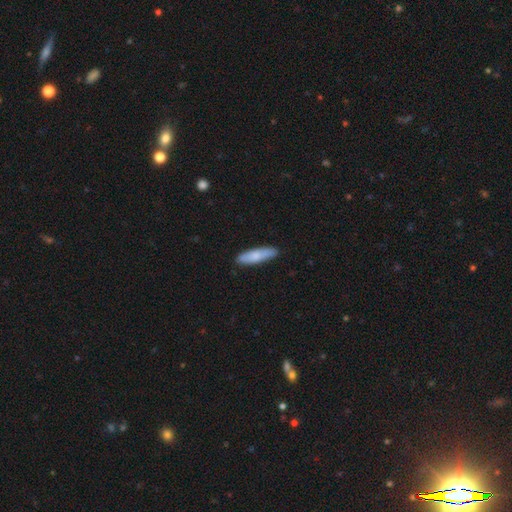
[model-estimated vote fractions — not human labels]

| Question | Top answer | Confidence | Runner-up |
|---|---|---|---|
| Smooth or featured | smooth | 76% | featured or disk (18%) |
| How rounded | cigar-shaped | 71% | in between (28%) |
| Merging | none | 87% | minor disturbance (10%) |